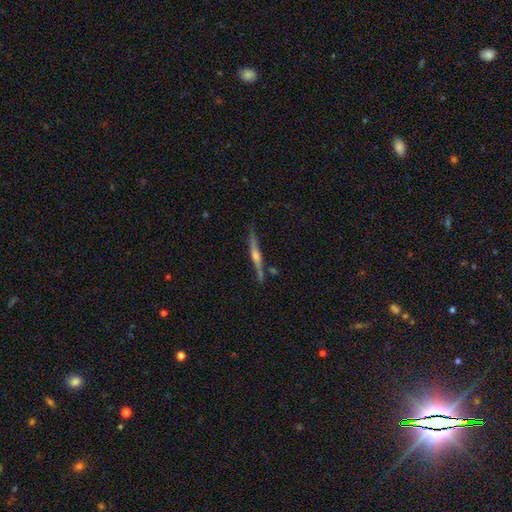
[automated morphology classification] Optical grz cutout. It shows a featured or disk galaxy (81%) viewed edge-on (98%) with a rounded central bulge (85%). Merging: none (85%).